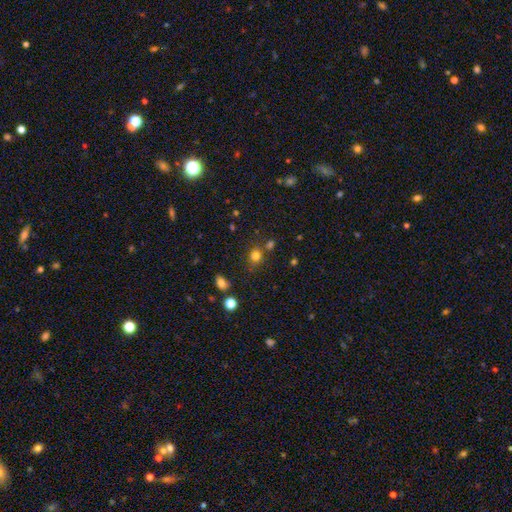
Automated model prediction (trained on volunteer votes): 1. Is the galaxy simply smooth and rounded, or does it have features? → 78% smooth, 16% star or artifact, 6% featured or disk.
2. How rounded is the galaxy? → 77% round, 22% in between, 1% cigar-shaped.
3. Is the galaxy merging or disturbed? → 69% none, 14% minor disturbance, 12% merger, 5% major disturbance.